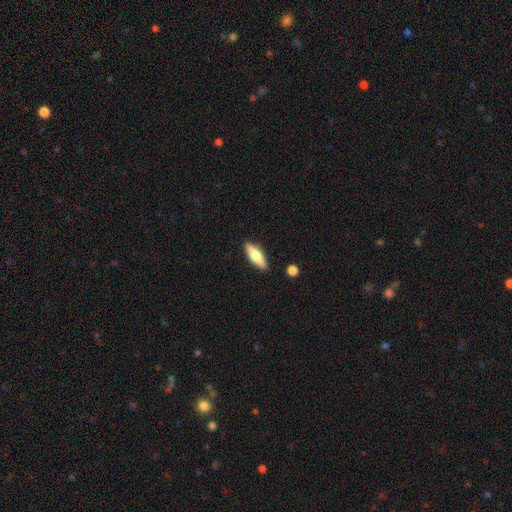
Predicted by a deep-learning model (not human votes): A smooth galaxy with no disk features (63%) that is in between round and cigar-shaped (54%).

Vote fractions:
- Smooth or featured? smooth: 63% / featured or disk: 31% / star or artifact: 6%
- How rounded? in between: 54% / cigar-shaped: 43% / round: 2%
- Merging? none: 87% / minor disturbance: 9% / merger: 2% / major disturbance: 2%